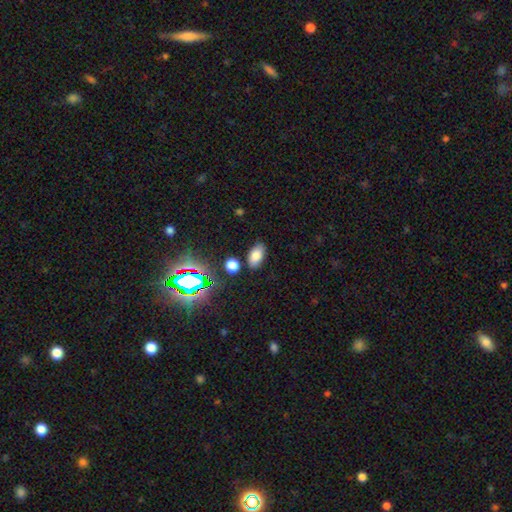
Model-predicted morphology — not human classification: A smooth galaxy with no disk features (76%) that is in between round and cigar-shaped (91%). Merging: none (82%).